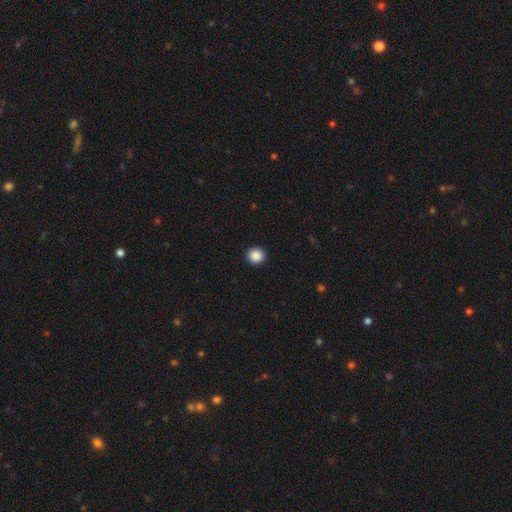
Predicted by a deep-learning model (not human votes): Morphology: type=smooth (89%); roundness=round (88%); merging=none (92%).